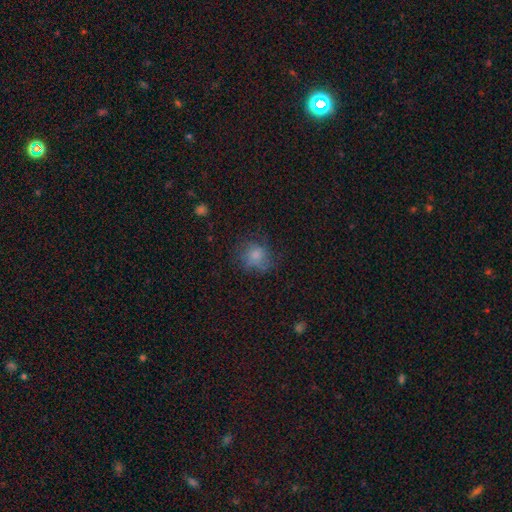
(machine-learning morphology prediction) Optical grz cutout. It shows a smooth galaxy with no disk features (69%) that is round (79%). Merging: none (62%).